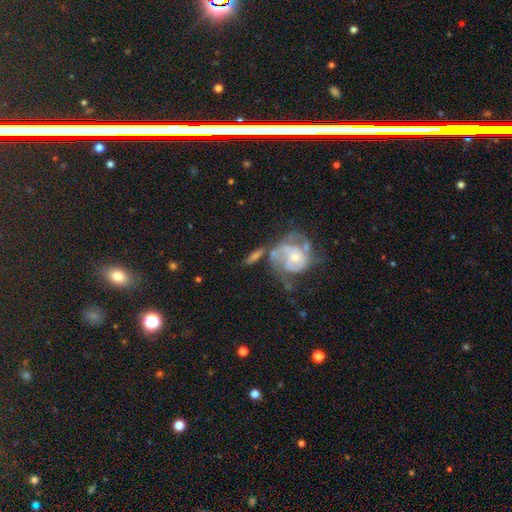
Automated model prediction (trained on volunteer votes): This appears to be a featured or disk galaxy (68%) with no bar (67%), spiral arms (79%) and a small central bulge (59%). Merging: none (39%).